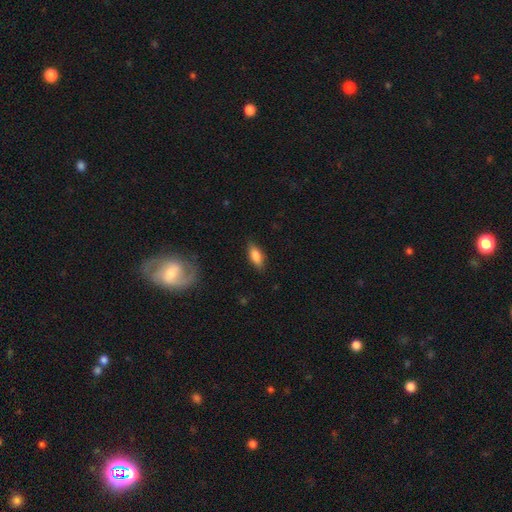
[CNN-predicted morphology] smooth_or_featured: smooth (p=0.77) [alt: featured or disk p=0.16]
how_rounded: in between (p=0.76) [alt: cigar-shaped p=0.21]
merging: none (p=0.83) [alt: minor disturbance p=0.13]